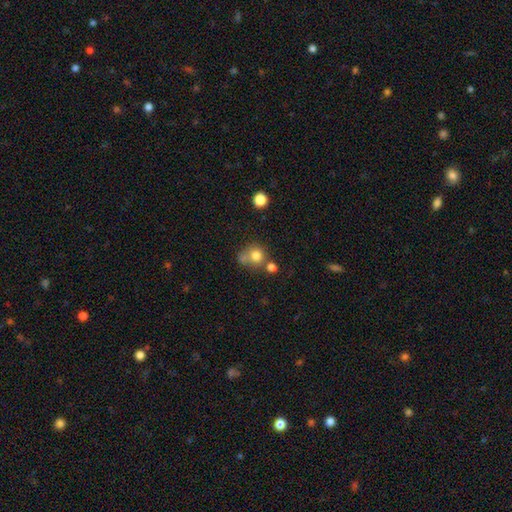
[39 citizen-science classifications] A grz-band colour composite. It shows a smooth galaxy with no disk features (82%) that is round (97%). Merging: none (49%, tied with merger).